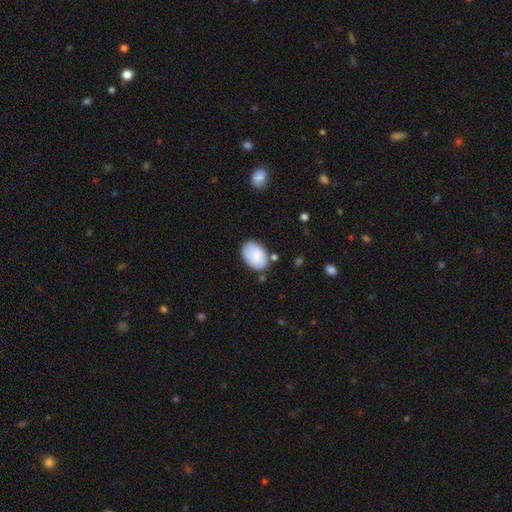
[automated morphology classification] Q: Smooth or featured?
A: smooth (83%); runner-up: featured or disk (11%)
Q: How rounded?
A: in between (86%); runner-up: round (13%)
Q: Merging?
A: none (70%); runner-up: minor disturbance (20%)